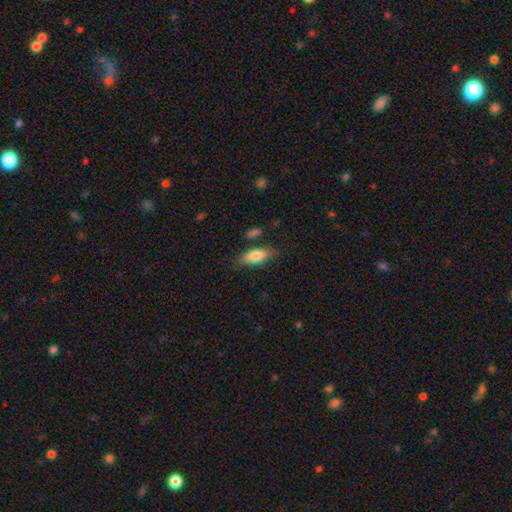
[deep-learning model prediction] A smooth galaxy with no disk features (78%) that is in between round and cigar-shaped (71%).

Vote fractions:
- Smooth or featured? smooth: 78% / featured or disk: 15% / star or artifact: 6%
- How rounded? in between: 71% / cigar-shaped: 26% / round: 3%
- Merging? none: 74% / minor disturbance: 17% / merger: 5% / major disturbance: 4%